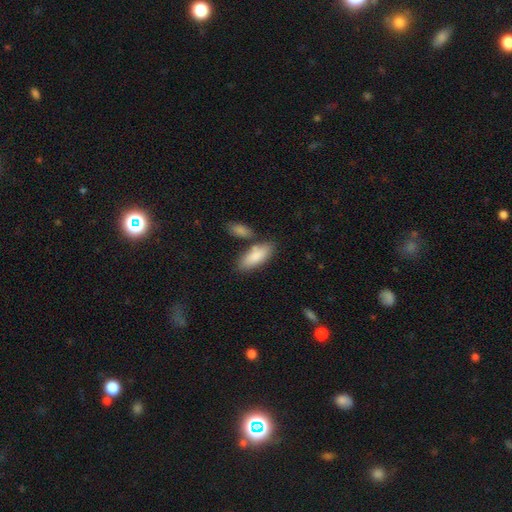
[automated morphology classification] A smooth galaxy with no disk features (85%) that is in between round and cigar-shaped (77%).

Vote fractions:
- Smooth or featured? smooth: 85% / featured or disk: 9% / star or artifact: 5%
- How rounded? in between: 77% / cigar-shaped: 21% / round: 2%
- Merging? none: 63% / merger: 19% / minor disturbance: 14% / major disturbance: 4%